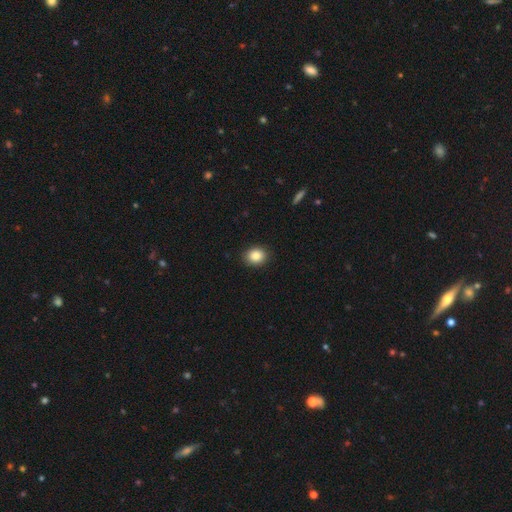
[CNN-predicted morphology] Smooth or featured?
  - smooth: 87% *
  - star or artifact: 9%
  - featured or disk: 4%
How rounded?
  - round: 59% *
  - in between: 40%
  - cigar-shaped: 1%
Merging?
  - none: 90% *
  - minor disturbance: 7%
  - major disturbance: 2%
  - merger: 1%